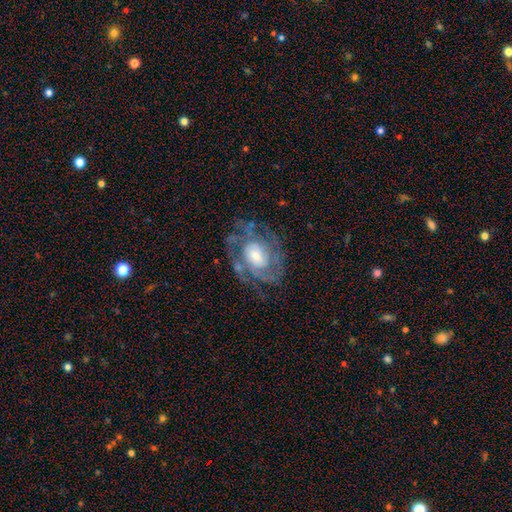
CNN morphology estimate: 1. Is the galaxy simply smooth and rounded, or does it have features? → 83% featured or disk, 11% smooth, 6% star or artifact.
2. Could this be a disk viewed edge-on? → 97% no, 3% yes.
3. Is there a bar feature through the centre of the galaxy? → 61% no, 31% weak, 9% strong.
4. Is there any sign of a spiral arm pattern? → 91% yes, 9% no.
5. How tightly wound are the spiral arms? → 55% tight, 36% medium, 9% loose.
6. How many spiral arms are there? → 33% can't tell, 28% 2, 19% 3, 8% 4, 6% 1, 5% more than 4.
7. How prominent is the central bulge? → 44% moderate, 31% small, 21% large, 3% none, 2% dominant.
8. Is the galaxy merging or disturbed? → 66% none, 18% minor disturbance, 13% major disturbance, 2% merger.